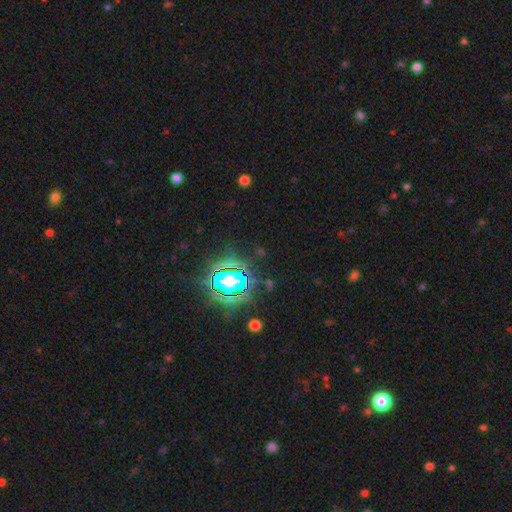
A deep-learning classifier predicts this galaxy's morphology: Smooth or featured? star or artifact (79%)